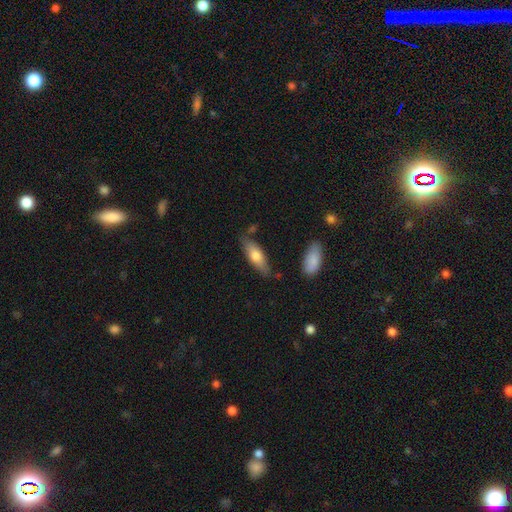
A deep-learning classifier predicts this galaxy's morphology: Smooth or featured? smooth (66%)
How rounded? in between (56%)
Merging? none (73%)